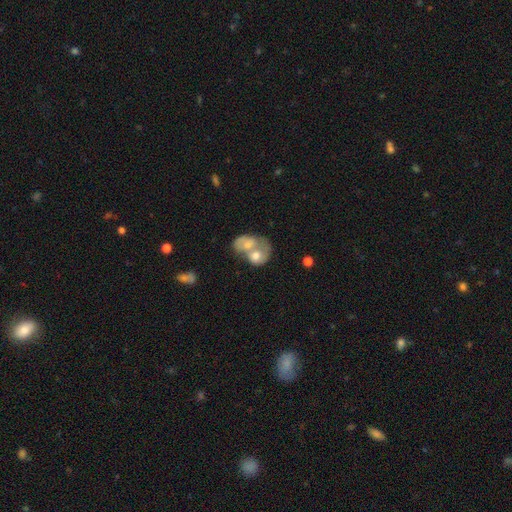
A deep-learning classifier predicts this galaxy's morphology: Overall: smooth (58%; featured or disk 34%). How rounded: in between (61%; round 38%). Merging: merger (79%).